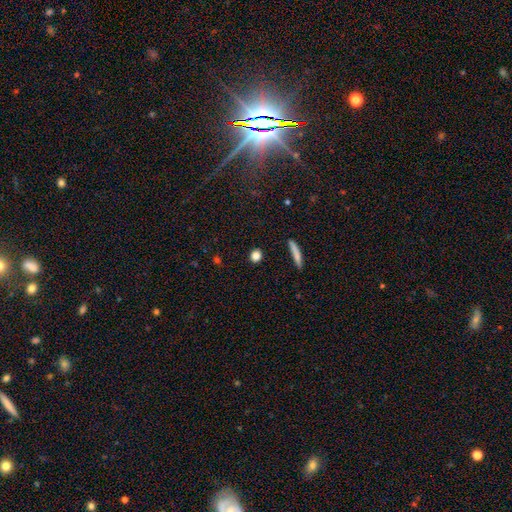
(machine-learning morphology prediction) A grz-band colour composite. It shows a smooth galaxy with no disk features (84%) that is round (73%). Merging: none (89%).